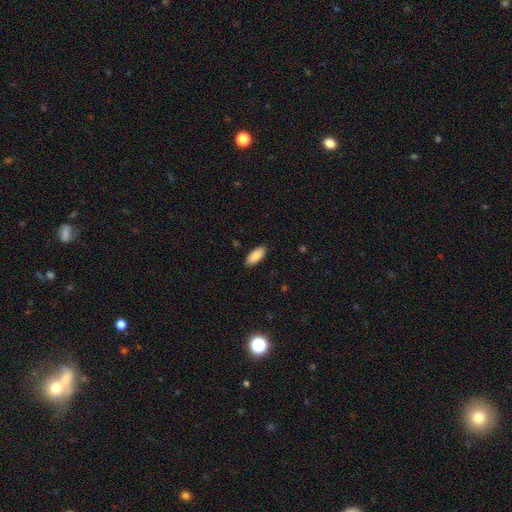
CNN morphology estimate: Overall: smooth (88%). How rounded: in between (87%). Merging: none (88%).